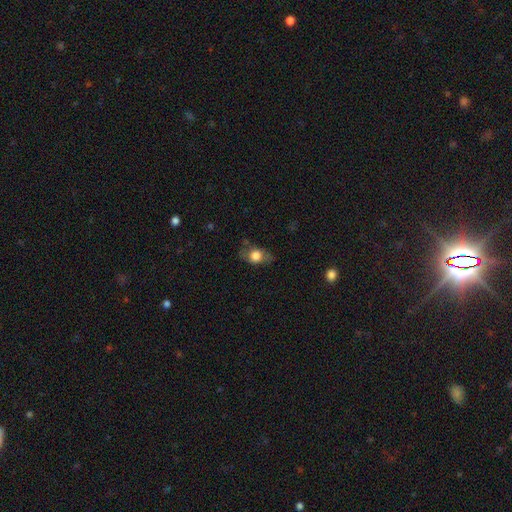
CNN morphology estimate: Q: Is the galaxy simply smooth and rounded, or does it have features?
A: smooth — 68%.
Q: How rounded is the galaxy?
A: in between — 67%.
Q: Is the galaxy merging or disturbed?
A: none — 65%.